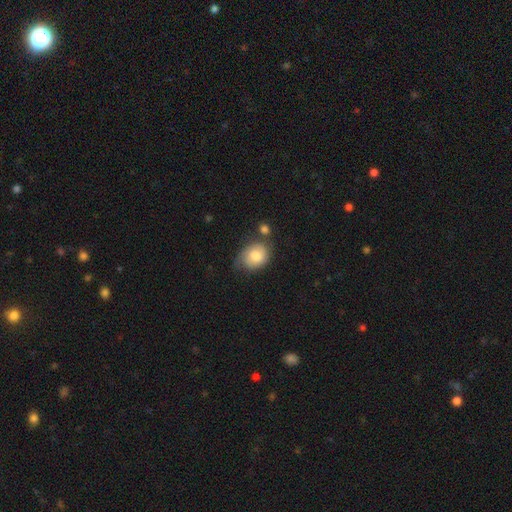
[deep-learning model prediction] smooth 67%, featured or disk 25%, star or artifact 8%. Down the decision tree: how rounded — in between (55%); merging — none (49%).